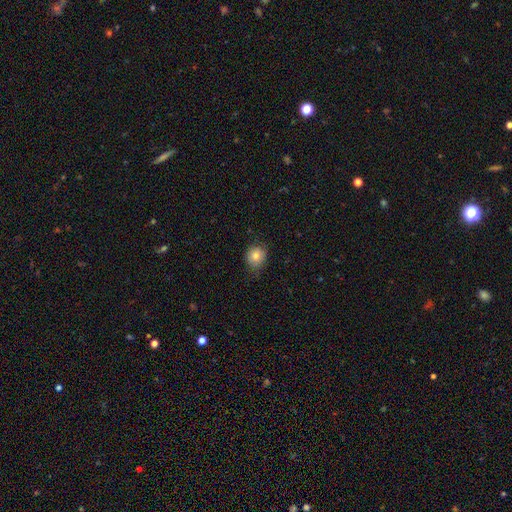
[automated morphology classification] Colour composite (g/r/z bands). It shows a smooth galaxy with no disk features (81%) that is round (73%). Merging: none (72%).